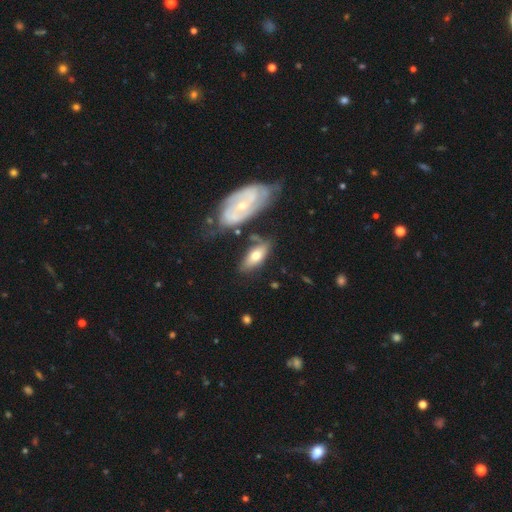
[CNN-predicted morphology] This appears to be a smooth galaxy with no disk features (56%) that is in between round and cigar-shaped (83%). Merging: none (58%).